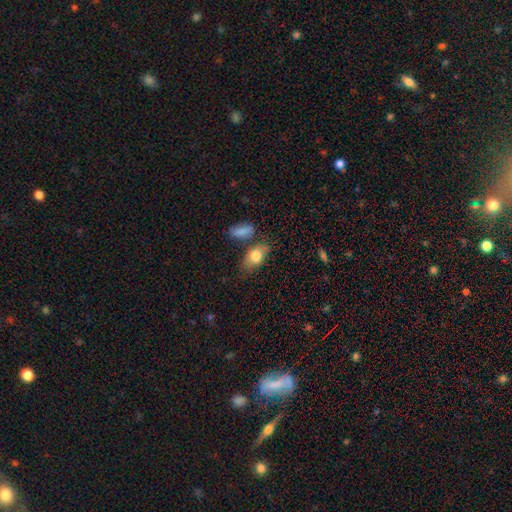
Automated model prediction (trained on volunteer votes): The model was most divided on "merging": none: 57%, minor disturbance: 23%, merger: 12%, major disturbance: 7%. More confident: how rounded — in between (87%); smooth or featured — smooth (79%).